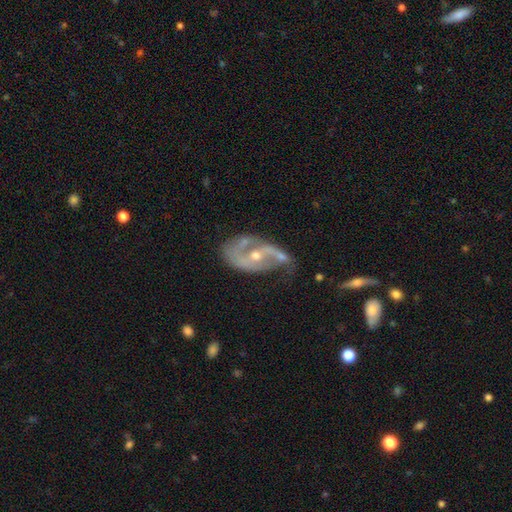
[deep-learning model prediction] A featured or disk galaxy (84%) with no bar (44%), 2 (77%) loose (44%) spiral arms (87%) and a small central bulge (50%). Merging: none (37%).